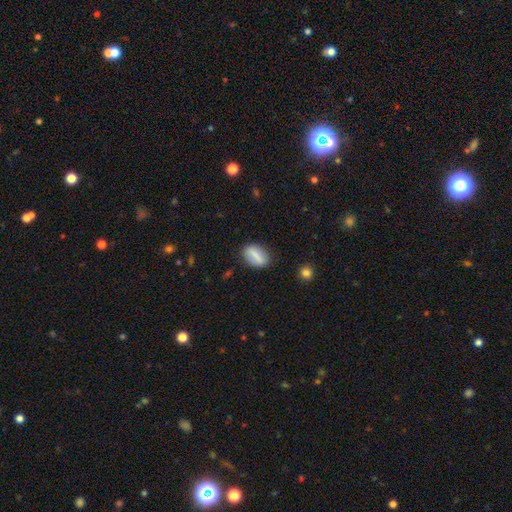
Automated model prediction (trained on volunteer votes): A smooth galaxy with no disk features (70%) that is in between round and cigar-shaped (77%). Merging: none (85%).